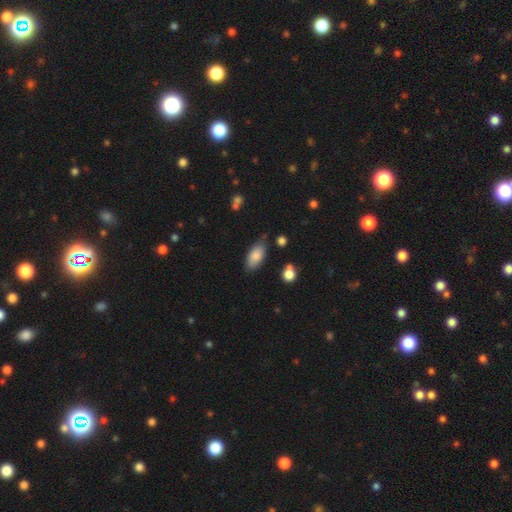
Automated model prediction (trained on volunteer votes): smooth 83%, featured or disk 10%, star or artifact 7%. Down the decision tree: how rounded — in between (89%); merging — none (73%).